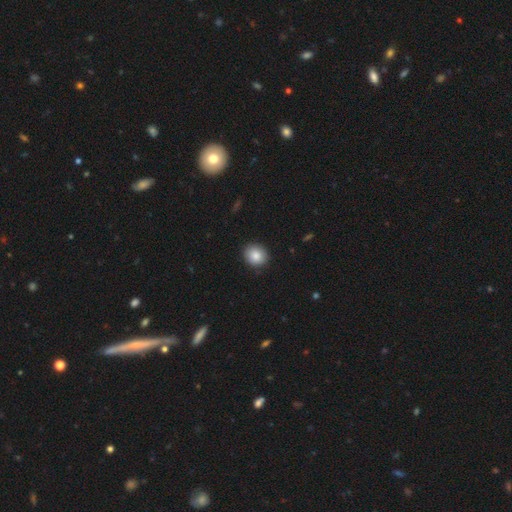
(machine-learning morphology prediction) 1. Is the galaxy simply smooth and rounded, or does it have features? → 86% smooth, 8% star or artifact, 6% featured or disk.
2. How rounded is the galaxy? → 77% round, 22% in between, 1% cigar-shaped.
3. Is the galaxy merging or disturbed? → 89% none, 8% minor disturbance, 2% major disturbance, 1% merger.